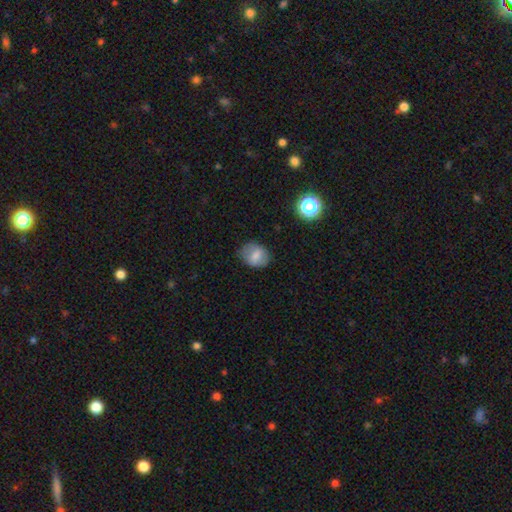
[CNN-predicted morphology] Q: Smooth or featured?
A: smooth (67%); runner-up: featured or disk (23%)
Q: How rounded?
A: in between (52%); runner-up: round (47%)
Q: Merging?
A: none (77%); runner-up: minor disturbance (16%)